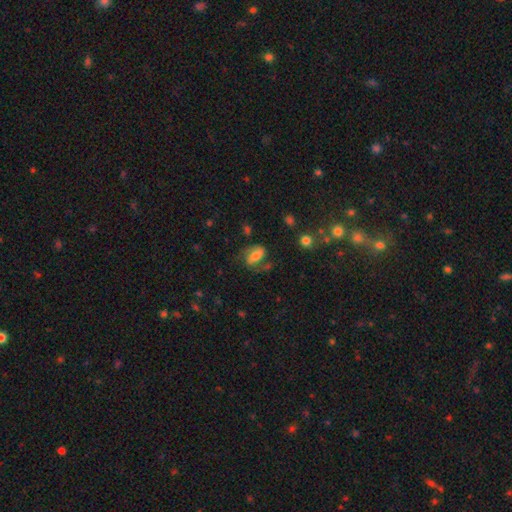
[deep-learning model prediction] Overall: smooth (51%; featured or disk 40%). How rounded: in between (83%). Merging: none (52%; minor disturbance 22%).